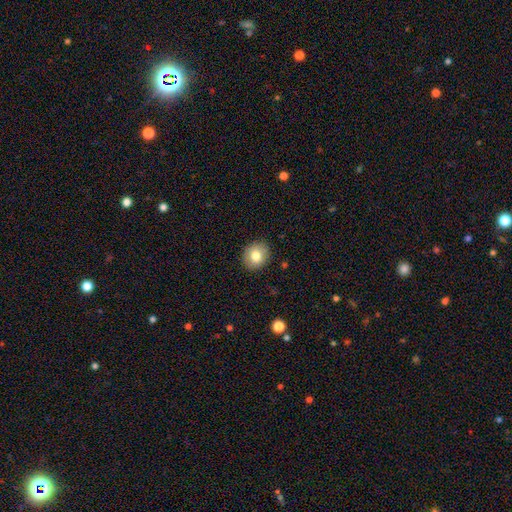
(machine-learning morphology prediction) Smooth or featured? Predicted: smooth (p=0.79). How rounded? Predicted: round (p=0.73). Merging? Predicted: none (p=0.89).